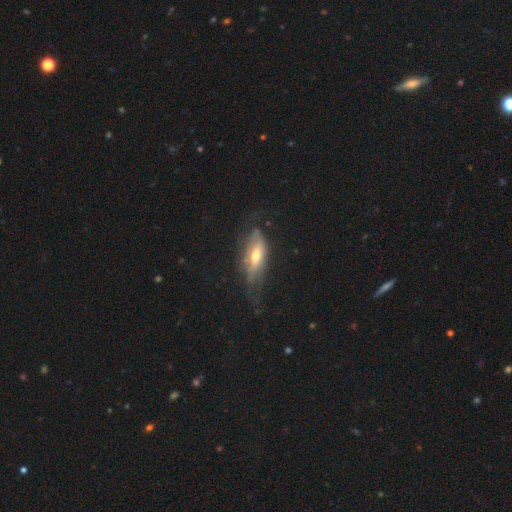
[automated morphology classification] This appears to be a featured or disk galaxy (56%). Merging: none (46%).